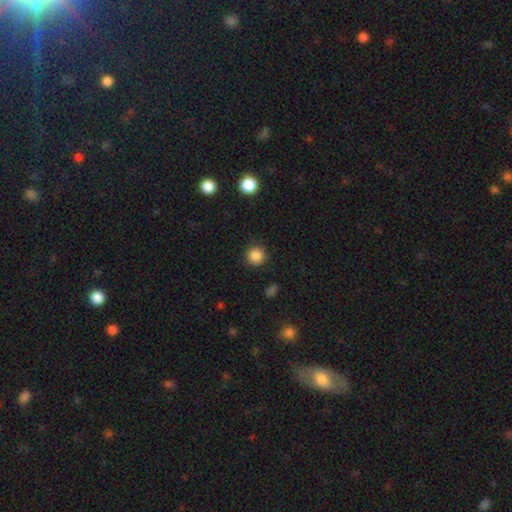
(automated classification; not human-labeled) Q: Smooth or featured?
A: smooth (86%); runner-up: star or artifact (10%)
Q: How rounded?
A: round (94%); runner-up: in between (5%)
Q: Merging?
A: none (90%); runner-up: minor disturbance (6%)